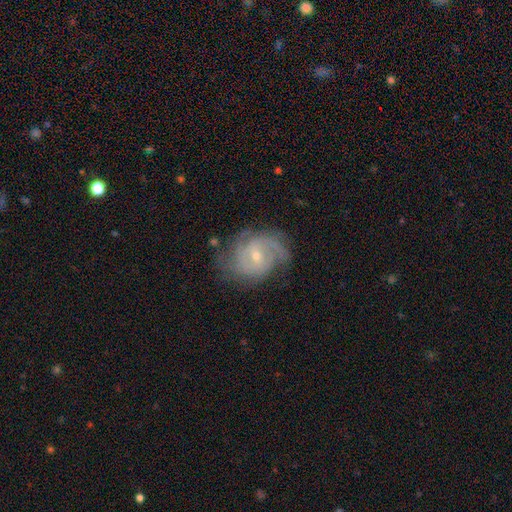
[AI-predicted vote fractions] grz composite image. It shows a featured or disk galaxy (84%) with no bar (47%), 2 (37%) tight (44%) spiral arms (95%) and a small central bulge (66%). Merging: none (65%).